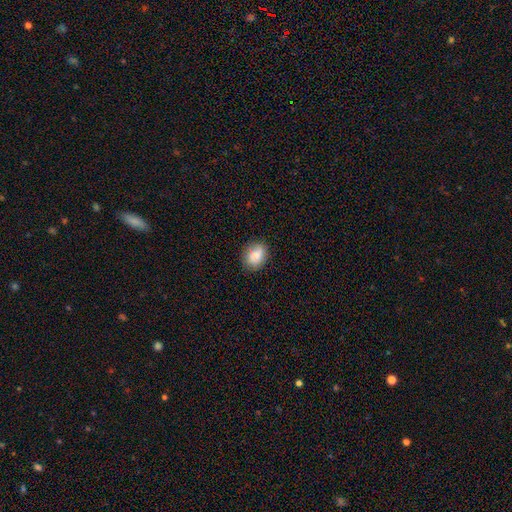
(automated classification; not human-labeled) smooth 82%, featured or disk 9%, star or artifact 9%. Down the decision tree: how rounded — in between (56%); merging — none (75%).